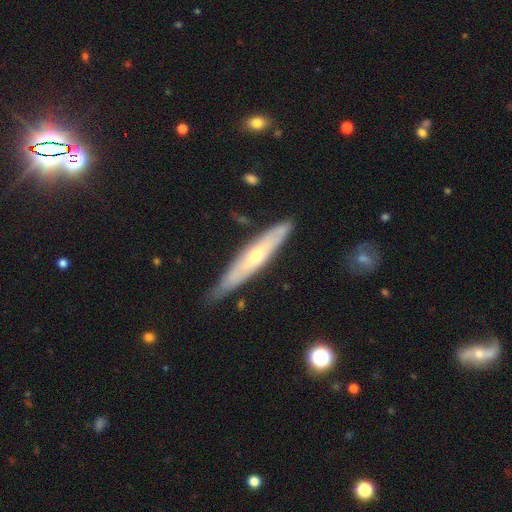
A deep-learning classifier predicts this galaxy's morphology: The model was most divided on "smooth or featured": featured or disk: 59%, smooth: 35%, star or artifact: 6%. More confident: merging — none (78%); edge-on disk — yes (78%).